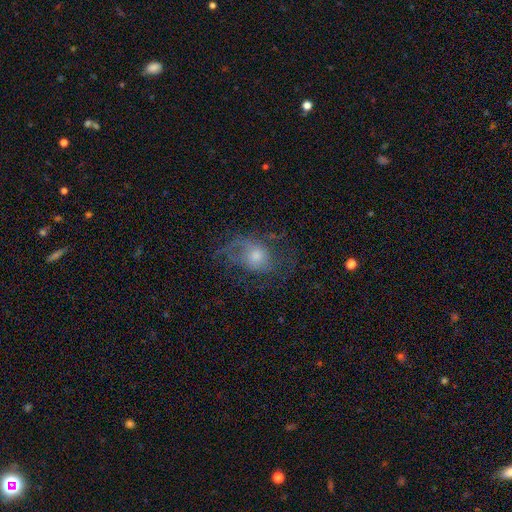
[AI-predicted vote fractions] Smooth or featured?
  - featured or disk: 56% *
  - smooth: 33%
  - star or artifact: 12%
Edge-on disk?
  - no: 95% *
  - yes: 5%
Bar?
  - no: 78% *
  - weak: 19%
  - strong: 3%
Spiral arms?
  - yes: 68% *
  - no: 32%
Bulge size?
  - moderate: 52% *
  - small: 32%
  - large: 11%
  - none: 4%
  - dominant: 2%
Merging?
  - none: 48% *
  - major disturbance: 29%
  - minor disturbance: 21%
  - merger: 2%